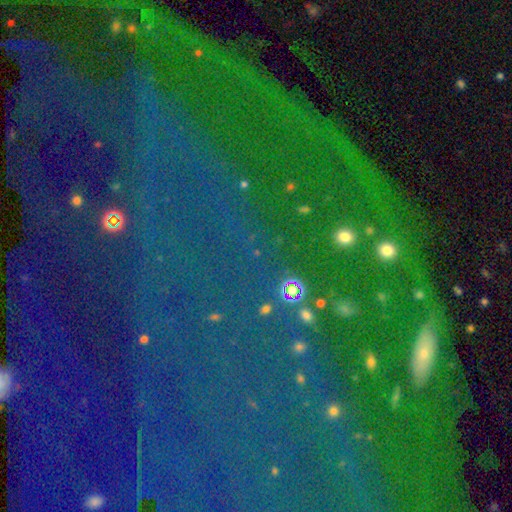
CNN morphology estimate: Smooth or featured? Predicted: star or artifact (p=0.78).